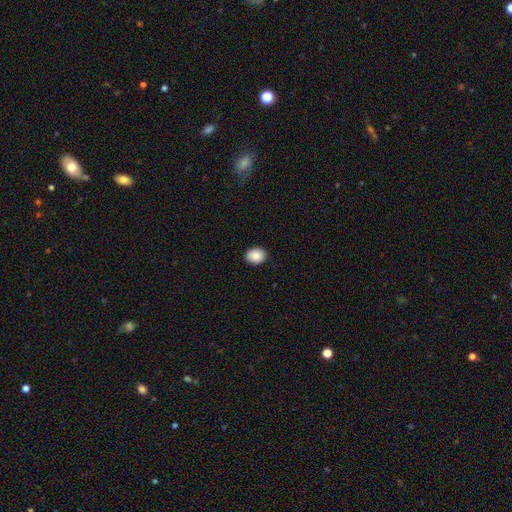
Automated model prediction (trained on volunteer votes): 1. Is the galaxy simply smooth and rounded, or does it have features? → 87% smooth, 8% star or artifact, 5% featured or disk.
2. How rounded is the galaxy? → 51% round, 48% in between, 1% cigar-shaped.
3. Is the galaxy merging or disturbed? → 89% none, 8% minor disturbance, 2% major disturbance, 1% merger.